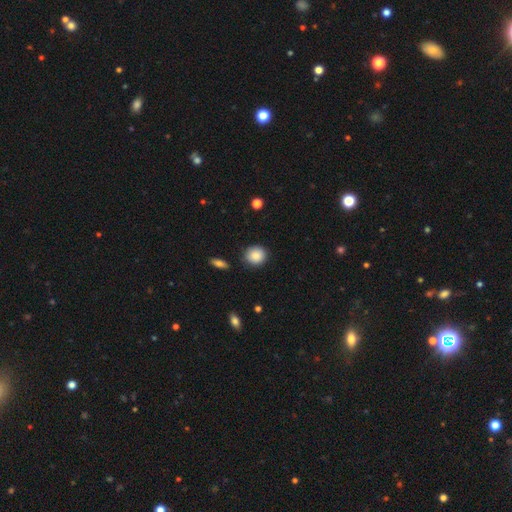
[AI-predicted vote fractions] Smooth or featured?
  - smooth: 87% *
  - star or artifact: 8%
  - featured or disk: 5%
How rounded?
  - round: 81% *
  - in between: 18%
  - cigar-shaped: 1%
Merging?
  - none: 86% *
  - minor disturbance: 10%
  - major disturbance: 2%
  - merger: 2%